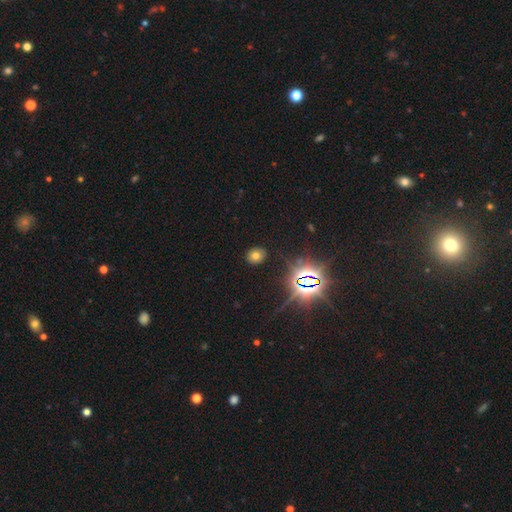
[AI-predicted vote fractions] Smooth or featured: smooth — 63% (star or artifact — 27%)
How rounded: round — 68% (in between — 31%)
Merging: none — 88% (minor disturbance — 8%)